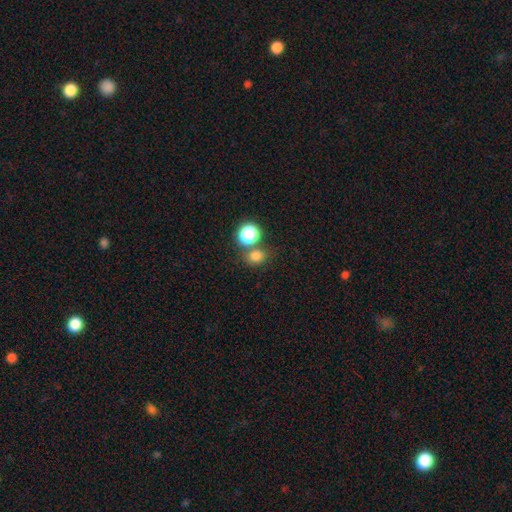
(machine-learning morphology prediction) Smooth or featured? Predicted: smooth (p=0.75). How rounded? Predicted: round (p=0.66). Merging? Predicted: none (p=0.66).